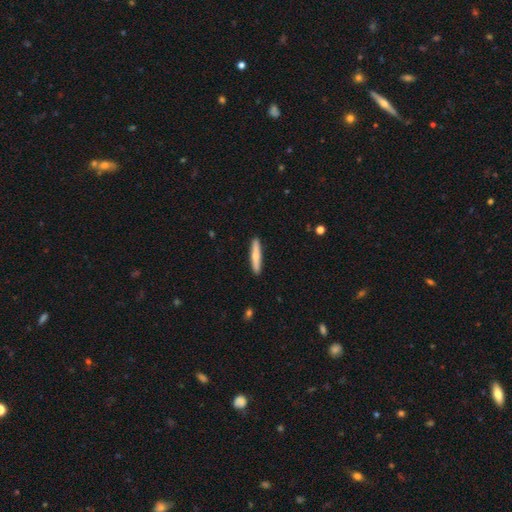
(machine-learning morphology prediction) Overall: smooth (68%). How rounded: cigar-shaped (92%). Merging: none (91%).